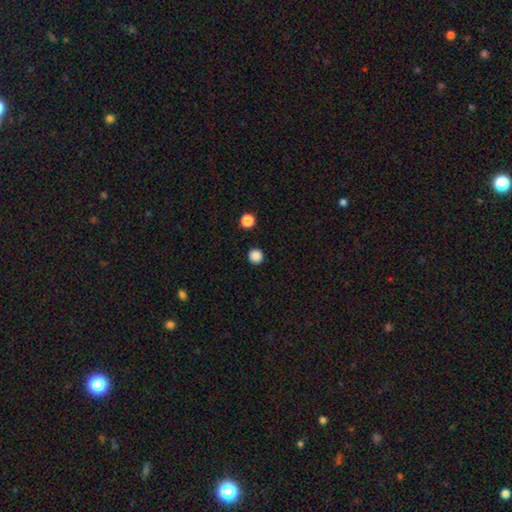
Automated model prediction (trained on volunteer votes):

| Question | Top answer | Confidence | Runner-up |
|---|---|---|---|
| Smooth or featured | smooth | 86% | star or artifact (11%) |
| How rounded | round | 94% | in between (5%) |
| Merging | none | 92% | minor disturbance (5%) |